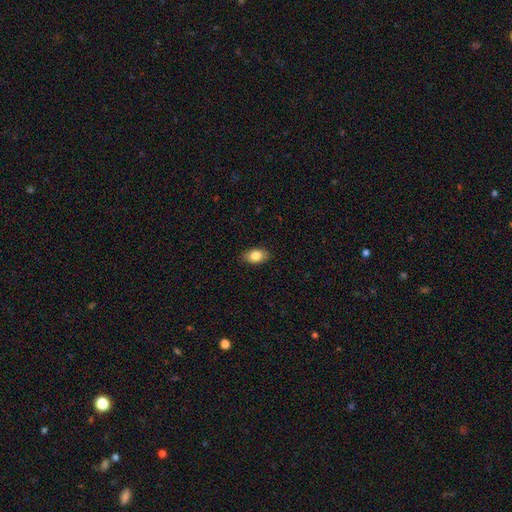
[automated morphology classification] Overall: smooth (84%). How rounded: in between (89%). Merging: none (88%).